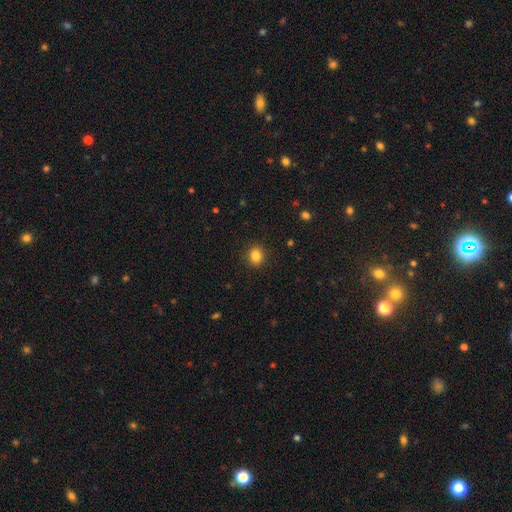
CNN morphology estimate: Smooth or featured: smooth — 85% (star or artifact — 11%)
How rounded: round — 75% (in between — 24%)
Merging: none — 90% (minor disturbance — 7%)